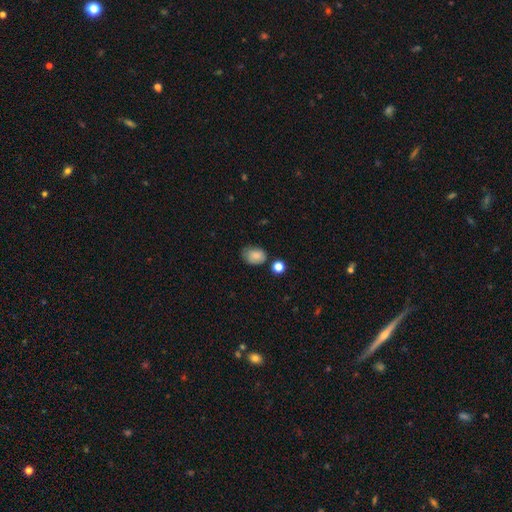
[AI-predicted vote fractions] Smooth or featured: smooth — 82% (star or artifact — 9%)
How rounded: in between — 72% (round — 27%)
Merging: none — 60% (minor disturbance — 27%)